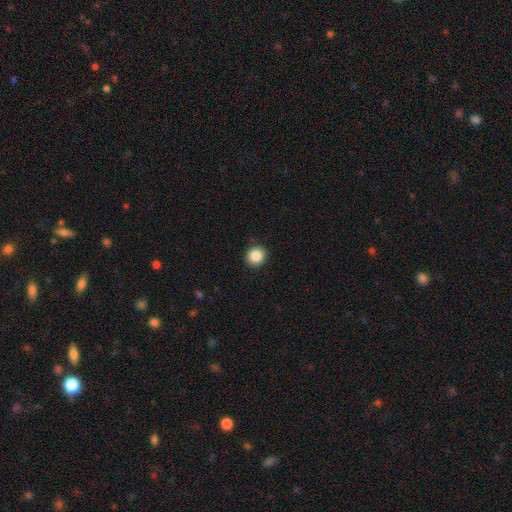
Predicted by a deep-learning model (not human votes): Q: Smooth or featured?
A: smooth (87%); runner-up: star or artifact (9%)
Q: How rounded?
A: round (90%); runner-up: in between (9%)
Q: Merging?
A: none (91%); runner-up: minor disturbance (6%)